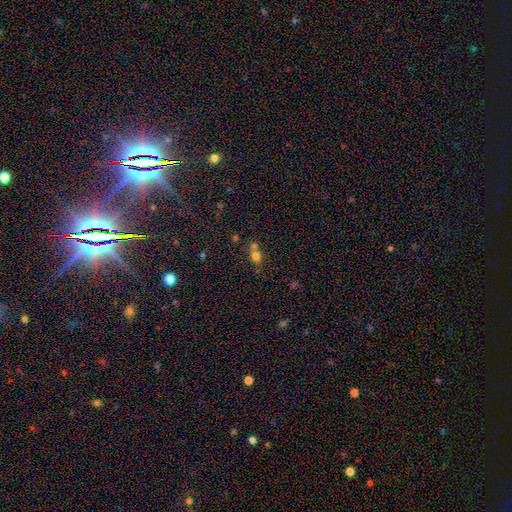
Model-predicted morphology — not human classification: smooth 71%, star or artifact 17%, featured or disk 12%. Down the decision tree: how rounded — round (59%); merging — merger (51%).